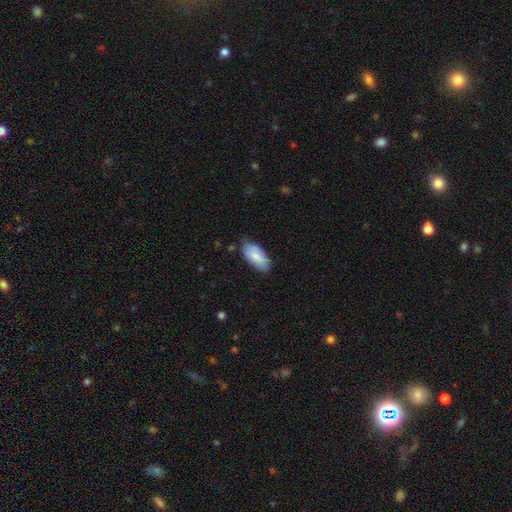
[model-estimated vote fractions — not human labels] Morphology: type=smooth (80%); roundness=in between (92%); merging=none (71%).